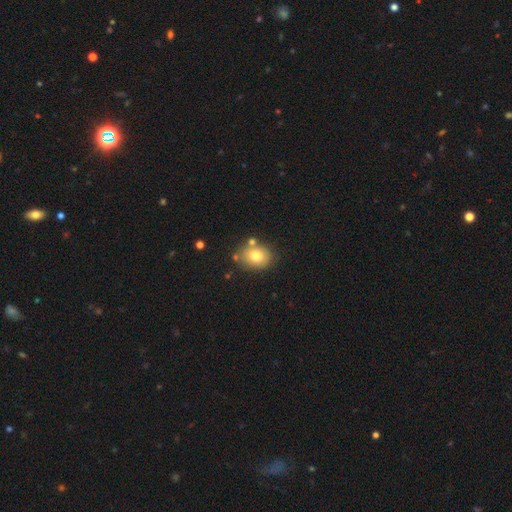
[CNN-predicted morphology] type=smooth (79%); roundness=in between (63%); merging=none (72%).